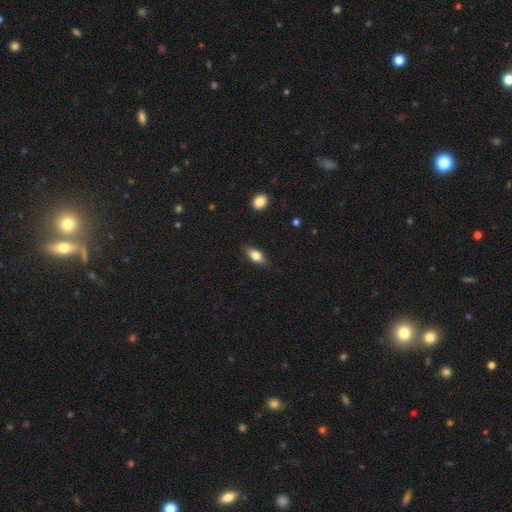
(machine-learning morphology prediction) Overall: smooth (62%; featured or disk 31%). How rounded: in between (75%). Merging: none (83%).